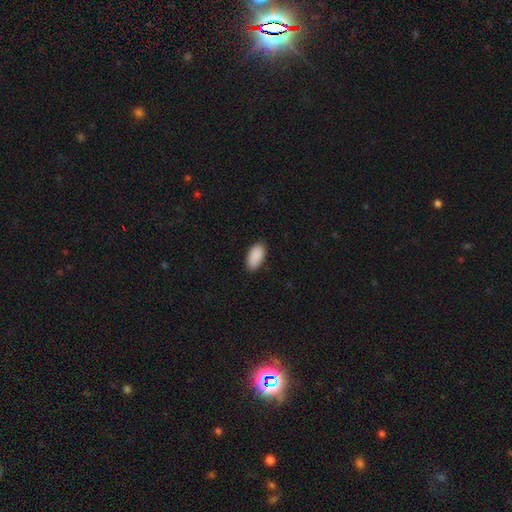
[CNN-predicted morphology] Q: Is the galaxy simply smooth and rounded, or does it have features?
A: smooth — 91%.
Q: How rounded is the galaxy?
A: in between — 95%.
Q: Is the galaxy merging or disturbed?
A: none — 87%.